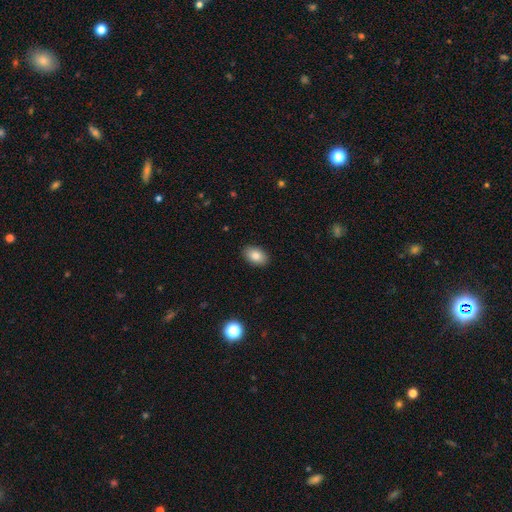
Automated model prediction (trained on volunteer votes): Smooth or featured? smooth (84%)
How rounded? in between (90%)
Merging? none (89%)